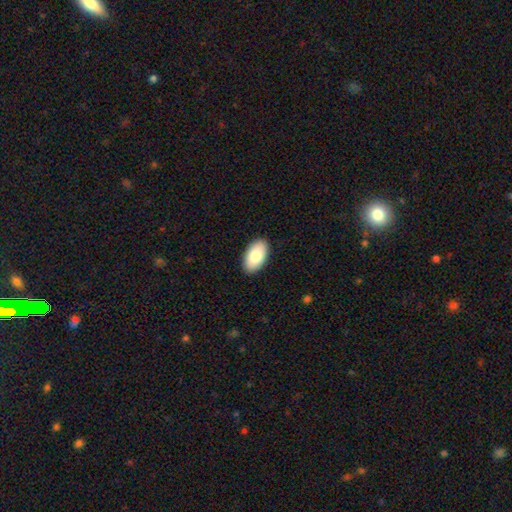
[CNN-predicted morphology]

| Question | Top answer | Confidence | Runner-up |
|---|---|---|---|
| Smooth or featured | smooth | 83% | featured or disk (11%) |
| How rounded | in between | 96% | round (3%) |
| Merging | none | 90% | minor disturbance (7%) |